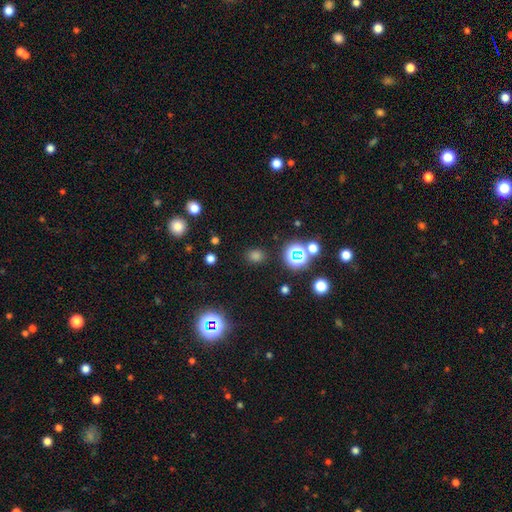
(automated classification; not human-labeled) Smooth or featured: smooth — 65% (star or artifact — 30%)
How rounded: round — 71% (in between — 28%)
Merging: none — 86% (minor disturbance — 8%)